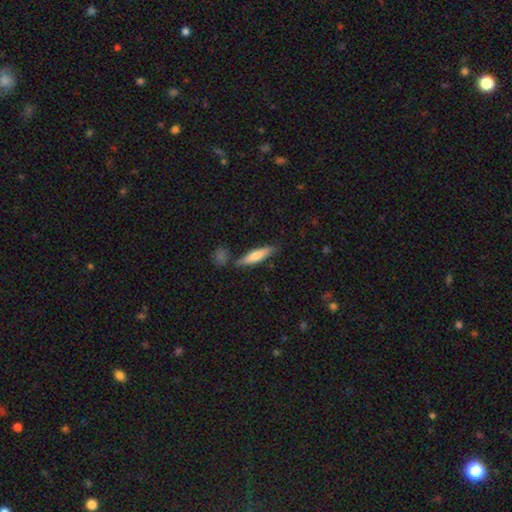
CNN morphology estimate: Overall: smooth (64%; featured or disk 31%). How rounded: cigar-shaped (78%). Merging: none (77%).